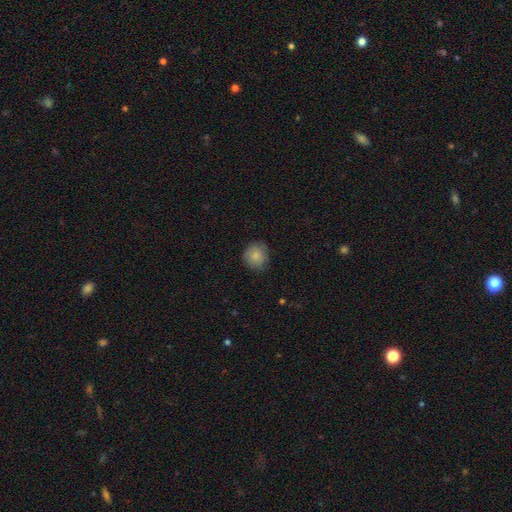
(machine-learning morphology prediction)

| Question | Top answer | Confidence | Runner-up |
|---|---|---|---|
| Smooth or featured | smooth | 84% | star or artifact (8%) |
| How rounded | round | 86% | in between (13%) |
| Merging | none | 80% | minor disturbance (16%) |